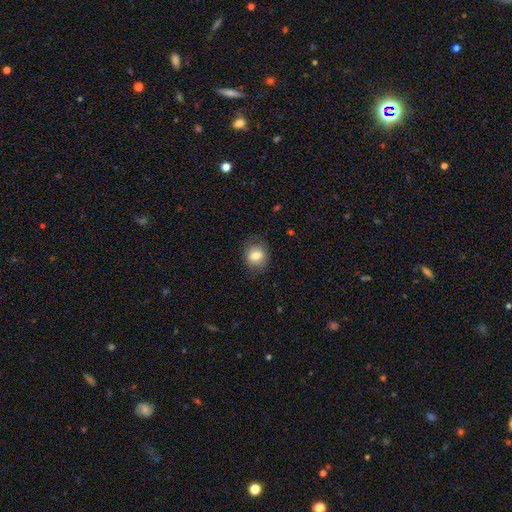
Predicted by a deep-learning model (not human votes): Smooth or featured?
  - smooth: 75% *
  - featured or disk: 15%
  - star or artifact: 10%
How rounded?
  - round: 68% *
  - in between: 31%
  - cigar-shaped: 1%
Merging?
  - none: 80% *
  - minor disturbance: 14%
  - major disturbance: 5%
  - merger: 1%